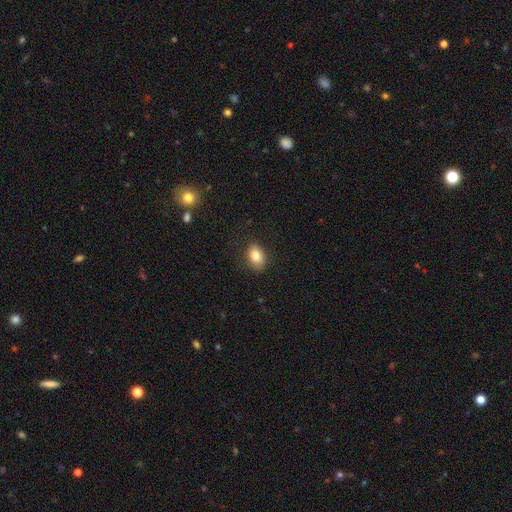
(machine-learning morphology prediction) smooth-or-featured: smooth: 83% | featured or disk: 9% | star or artifact: 8%
  how-rounded: in between: 85% | round: 14% | cigar-shaped: 2%
  merging: none: 83% | minor disturbance: 13% | major disturbance: 3% | merger: 1%